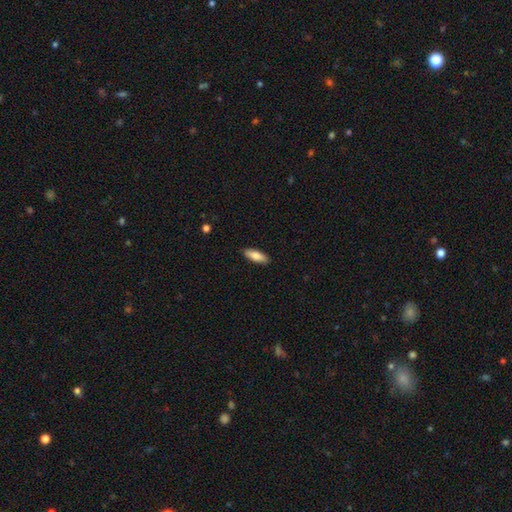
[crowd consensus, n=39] Volunteers were most divided on "how rounded": in between: 66%, cigar-shaped: 34%, round: 0%. More confident: smooth or featured — smooth (90%); merging — none (86%).